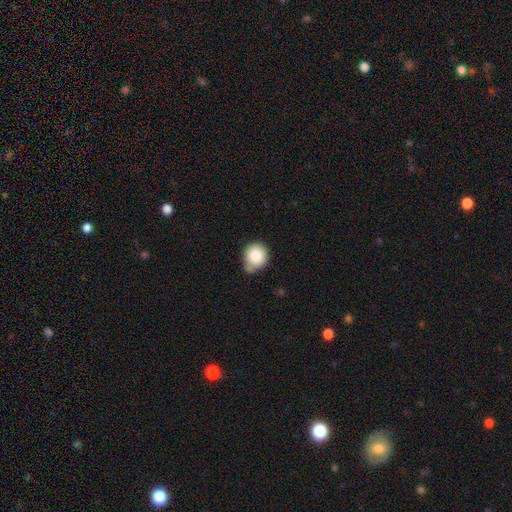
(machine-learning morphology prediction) Smooth or featured? Predicted: smooth (p=0.84). How rounded? Predicted: round (p=0.88). Merging? Predicted: none (p=0.65).